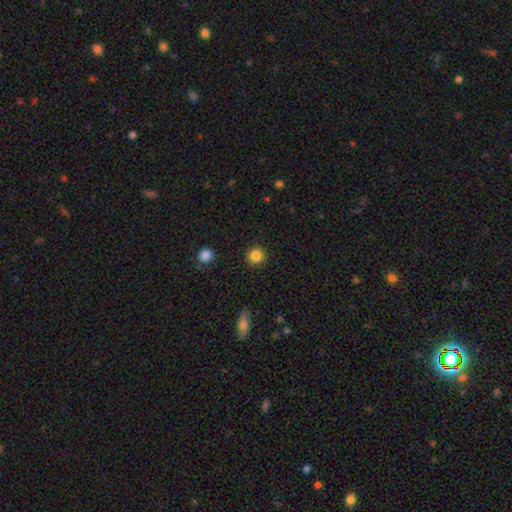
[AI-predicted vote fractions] Smooth or featured?
  - smooth: 85% *
  - star or artifact: 11%
  - featured or disk: 4%
How rounded?
  - round: 93% *
  - in between: 6%
  - cigar-shaped: 1%
Merging?
  - none: 91% *
  - minor disturbance: 6%
  - major disturbance: 2%
  - merger: 1%